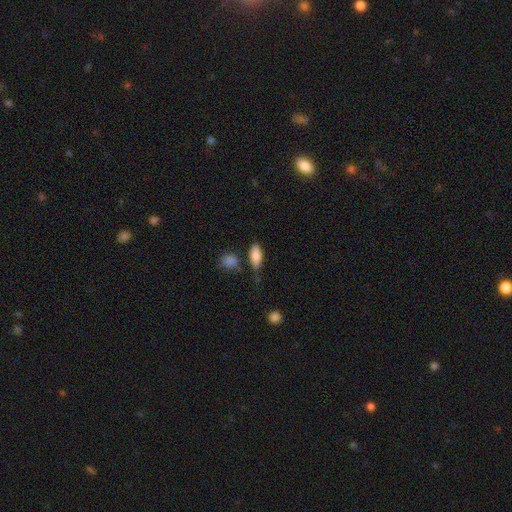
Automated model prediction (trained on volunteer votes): Smooth or featured? smooth (85%)
How rounded? in between (82%)
Merging? none (72%)